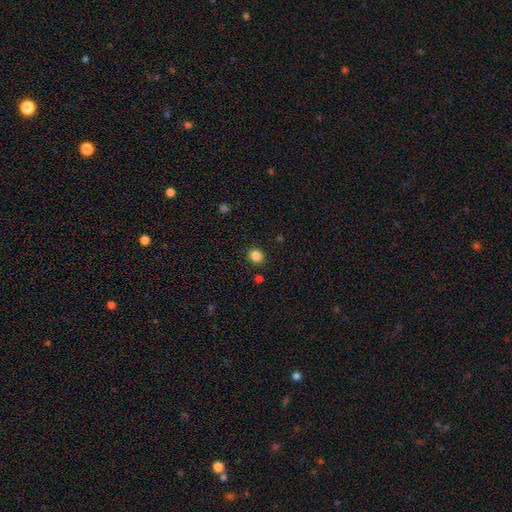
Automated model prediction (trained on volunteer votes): Smooth or featured? smooth (85%)
How rounded? round (73%)
Merging? none (88%)